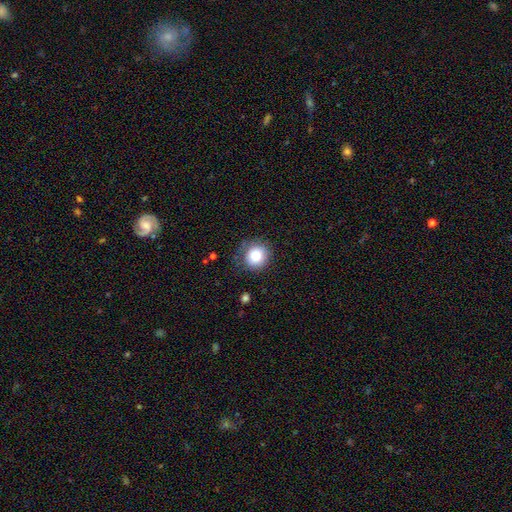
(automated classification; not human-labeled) A smooth galaxy with no disk features (84%) that is round (86%). Merging: none (75%).